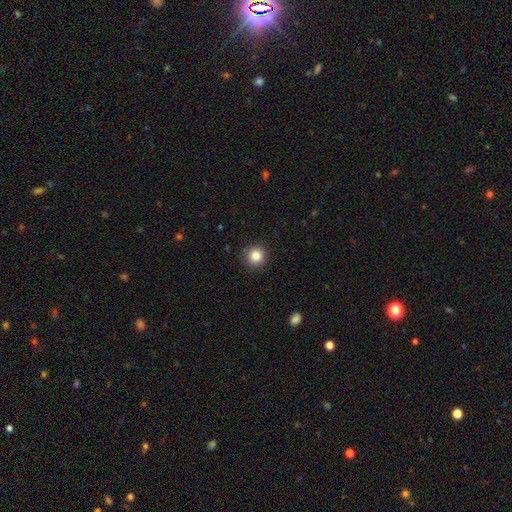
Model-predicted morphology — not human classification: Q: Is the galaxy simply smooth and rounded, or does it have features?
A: smooth — 86%.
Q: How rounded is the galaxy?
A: round — 94%.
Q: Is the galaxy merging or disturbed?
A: none — 89%.